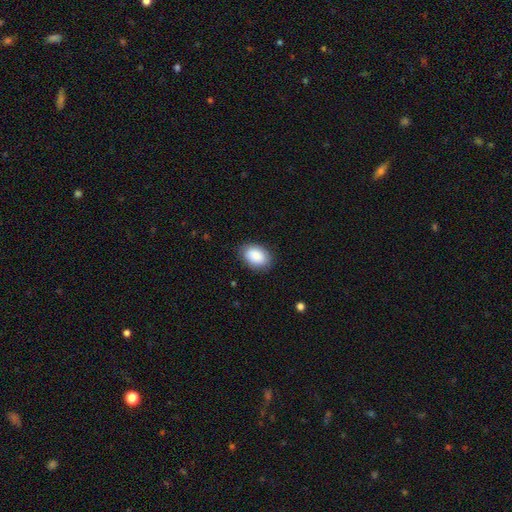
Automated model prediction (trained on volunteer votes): The model was most divided on "how rounded": in between: 84%, round: 15%, cigar-shaped: 1%. More confident: smooth or featured — smooth (89%); merging — none (85%).